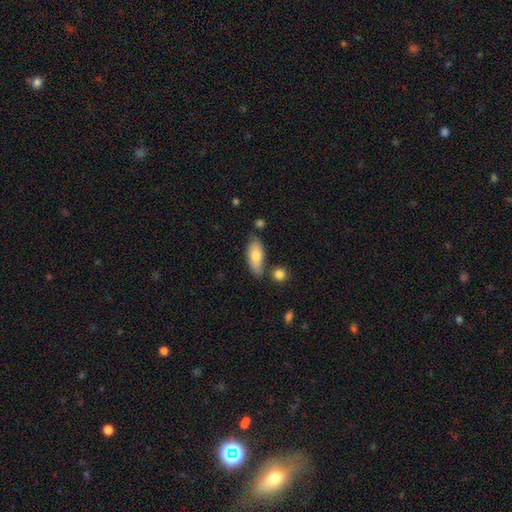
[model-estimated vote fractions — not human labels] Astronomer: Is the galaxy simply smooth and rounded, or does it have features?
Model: smooth — 75%.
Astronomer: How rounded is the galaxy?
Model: in between — 79%.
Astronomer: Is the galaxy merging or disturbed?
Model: none — 66%.